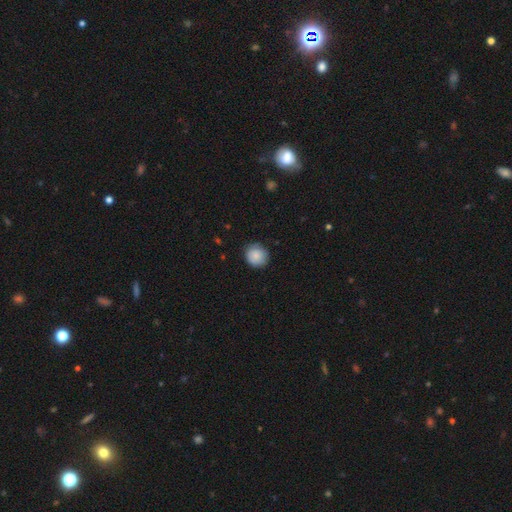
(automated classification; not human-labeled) smooth_or_featured: smooth (p=0.85) [alt: star or artifact p=0.07]
how_rounded: round (p=0.91) [alt: in between p=0.08]
merging: none (p=0.83) [alt: minor disturbance p=0.14]